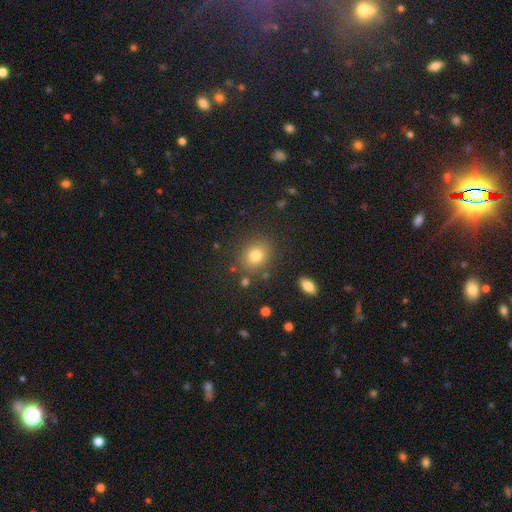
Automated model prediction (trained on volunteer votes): Smooth or featured: smooth — 78% (star or artifact — 13%)
How rounded: round — 66% (in between — 33%)
Merging: none — 83% (minor disturbance — 10%)